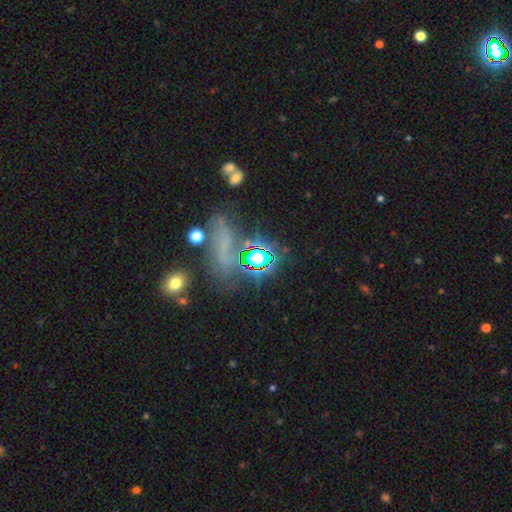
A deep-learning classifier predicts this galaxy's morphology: This is possibly a star or artifact rather than a galaxy (52%).